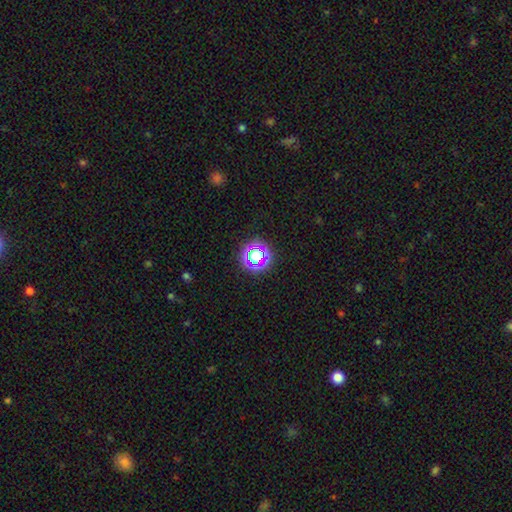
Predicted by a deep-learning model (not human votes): smooth-or-featured: star or artifact: 58% | smooth: 31% | featured or disk: 11%